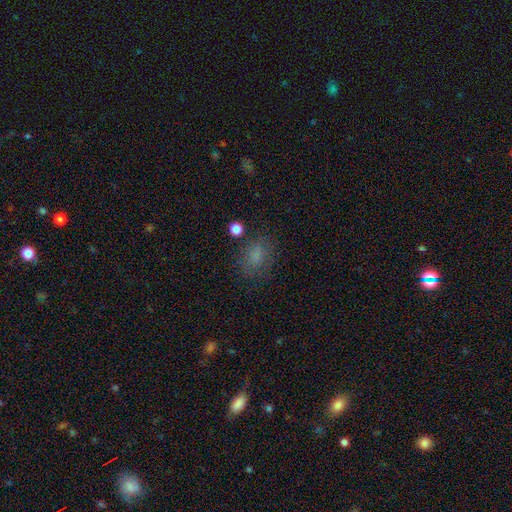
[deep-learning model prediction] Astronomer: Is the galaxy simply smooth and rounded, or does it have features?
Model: smooth — 72%.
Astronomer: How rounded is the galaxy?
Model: in between — 67%.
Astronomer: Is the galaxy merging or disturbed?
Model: none — 70%.